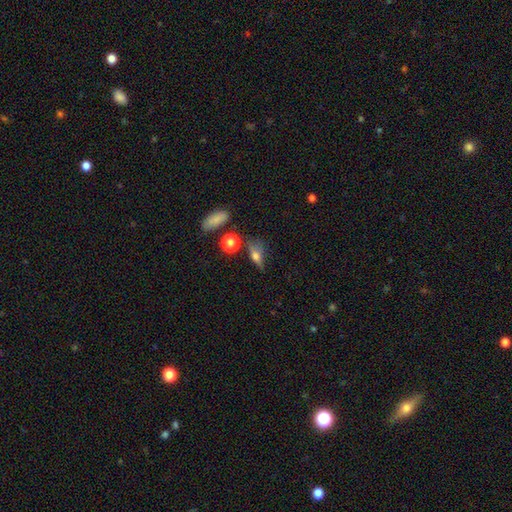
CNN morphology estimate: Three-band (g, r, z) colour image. It shows a smooth galaxy with no disk features (60%) that is in between round and cigar-shaped (58%). Merging: none (59%).